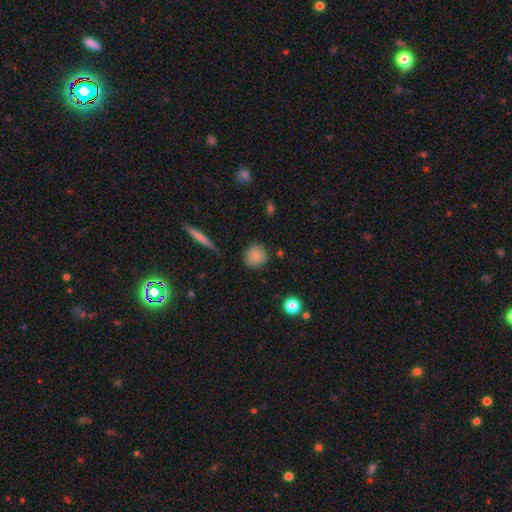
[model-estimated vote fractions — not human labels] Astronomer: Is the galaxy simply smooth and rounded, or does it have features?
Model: smooth — 85%.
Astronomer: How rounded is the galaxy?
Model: round — 89%.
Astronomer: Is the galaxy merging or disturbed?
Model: none — 85%.